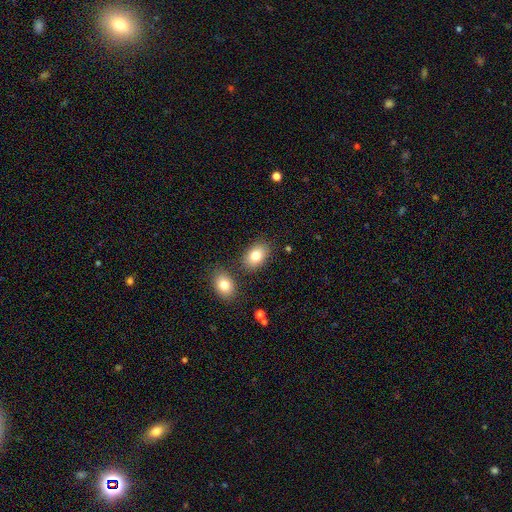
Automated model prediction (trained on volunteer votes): Smooth or featured? Predicted: smooth (p=0.81). How rounded? Predicted: in between (p=0.83). Merging? Predicted: none (p=0.78).